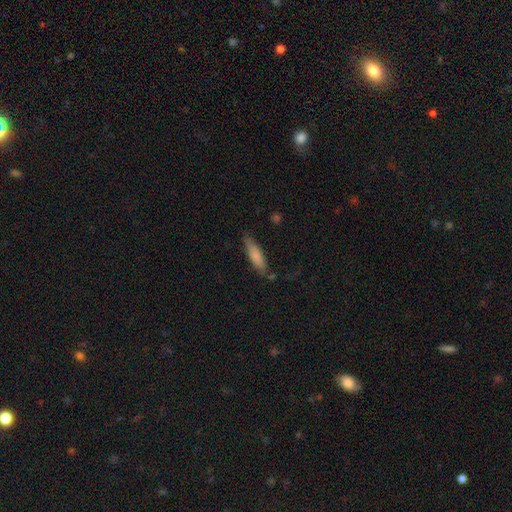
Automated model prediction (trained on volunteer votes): A smooth galaxy with no disk features (78%) that is cigar-shaped (72%). Merging: none (73%).